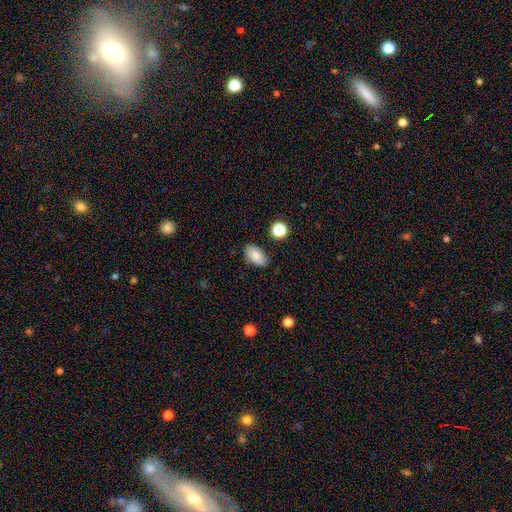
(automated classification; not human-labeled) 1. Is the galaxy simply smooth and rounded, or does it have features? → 83% smooth, 9% star or artifact, 8% featured or disk.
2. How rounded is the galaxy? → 91% in between, 6% round, 2% cigar-shaped.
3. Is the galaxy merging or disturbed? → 78% none, 17% minor disturbance, 3% major disturbance, 2% merger.